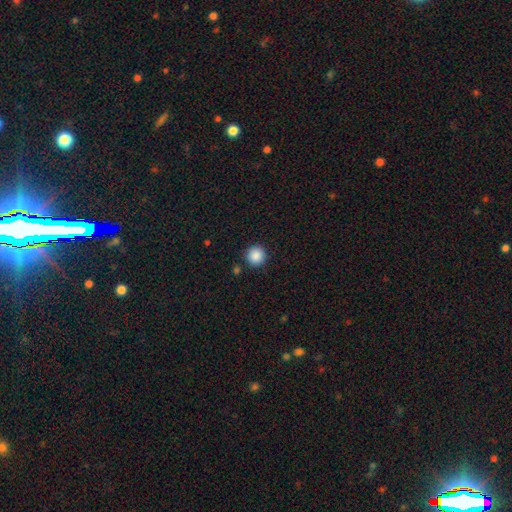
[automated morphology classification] A smooth galaxy with no disk features (87%) that is round (95%). Merging: none (89%).